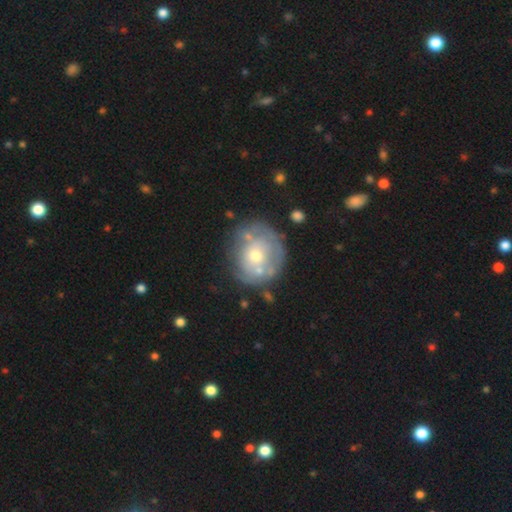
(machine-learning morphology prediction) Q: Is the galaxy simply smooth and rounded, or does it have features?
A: featured or disk — 50%.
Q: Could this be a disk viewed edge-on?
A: no — 97%.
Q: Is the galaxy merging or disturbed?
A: none — 58%.